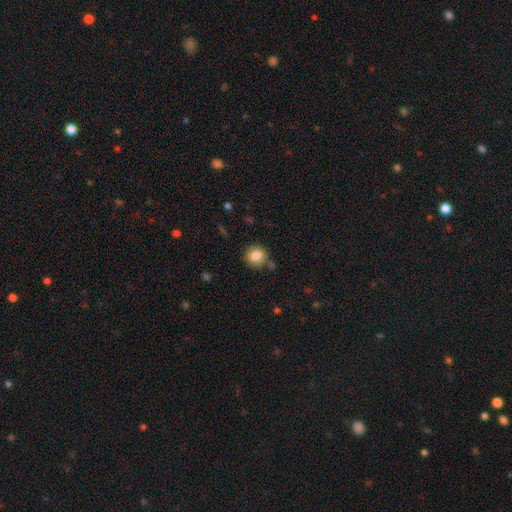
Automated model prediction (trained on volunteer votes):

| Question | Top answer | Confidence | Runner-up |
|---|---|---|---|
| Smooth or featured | smooth | 85% | star or artifact (9%) |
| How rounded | round | 86% | in between (13%) |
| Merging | none | 80% | minor disturbance (11%) |